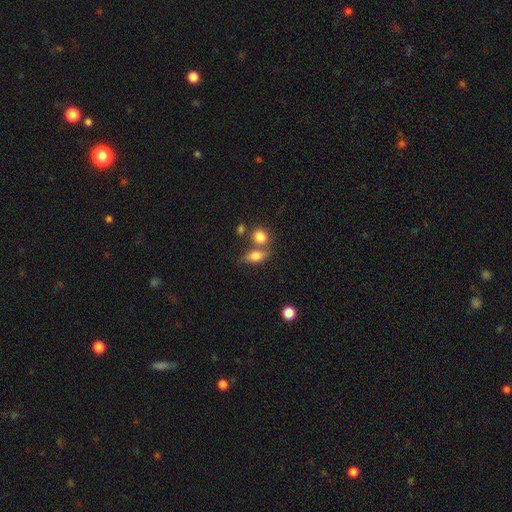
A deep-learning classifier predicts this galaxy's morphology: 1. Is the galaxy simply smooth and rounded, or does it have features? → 73% smooth, 17% featured or disk, 9% star or artifact.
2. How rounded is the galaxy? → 73% in between, 15% round, 12% cigar-shaped.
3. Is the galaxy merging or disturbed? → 53% none, 28% merger, 14% minor disturbance, 5% major disturbance.